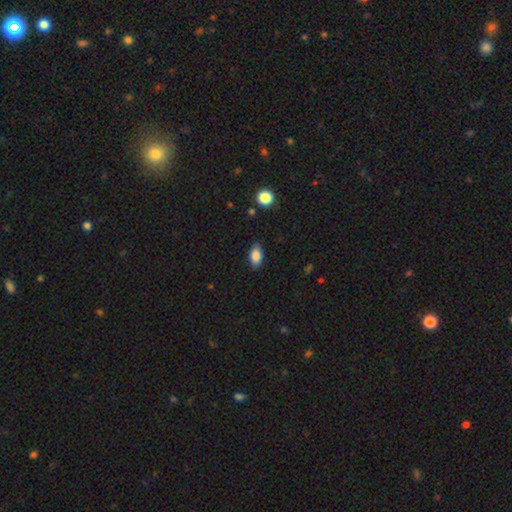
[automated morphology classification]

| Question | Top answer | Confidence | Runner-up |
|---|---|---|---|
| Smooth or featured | smooth | 85% | star or artifact (8%) |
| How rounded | in between | 90% | round (6%) |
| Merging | none | 84% | minor disturbance (12%) |